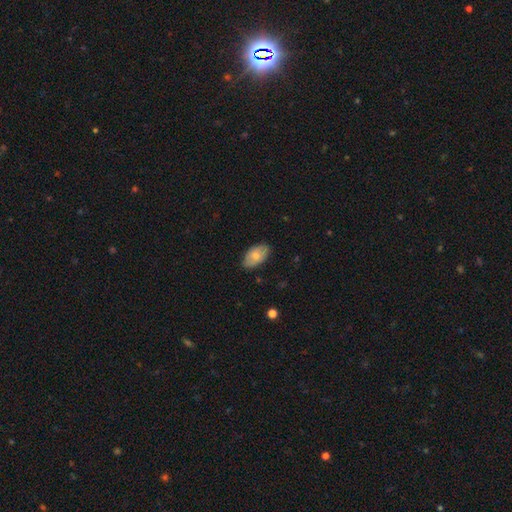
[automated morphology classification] Overall: smooth (70%). How rounded: in between (94%). Merging: none (81%).